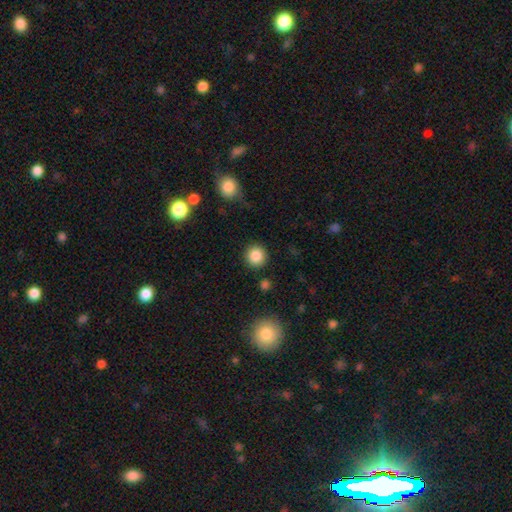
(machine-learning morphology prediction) smooth_or_featured: smooth (p=0.86) [alt: star or artifact p=0.10]
how_rounded: round (p=0.92) [alt: in between p=0.07]
merging: none (p=0.89) [alt: minor disturbance p=0.07]